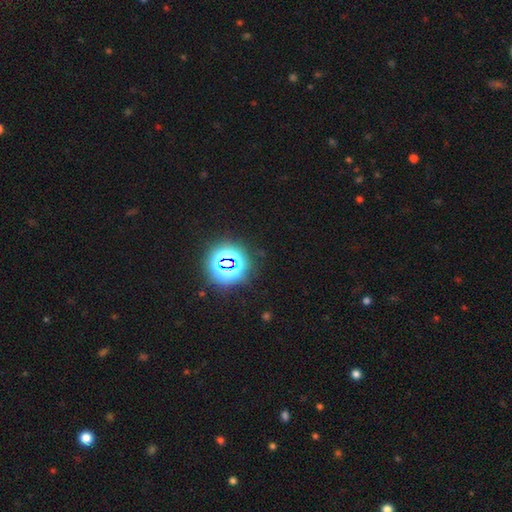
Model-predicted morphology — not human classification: Smooth or featured: star or artifact — 84% (smooth — 10%)